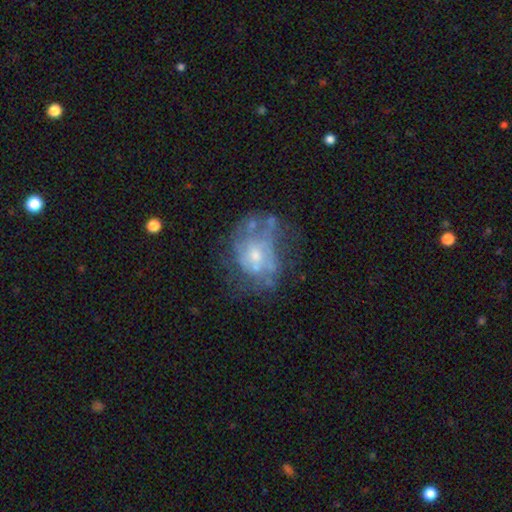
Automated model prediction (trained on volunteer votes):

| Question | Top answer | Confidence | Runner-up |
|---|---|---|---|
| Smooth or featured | featured or disk | 64% | smooth (25%) |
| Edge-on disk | no | 97% | yes (3%) |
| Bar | no | 80% | weak (17%) |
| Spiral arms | no | 62% | yes (38%) |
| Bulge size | small | 51% | moderate (39%) |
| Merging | none | 39% | major disturbance (31%) |